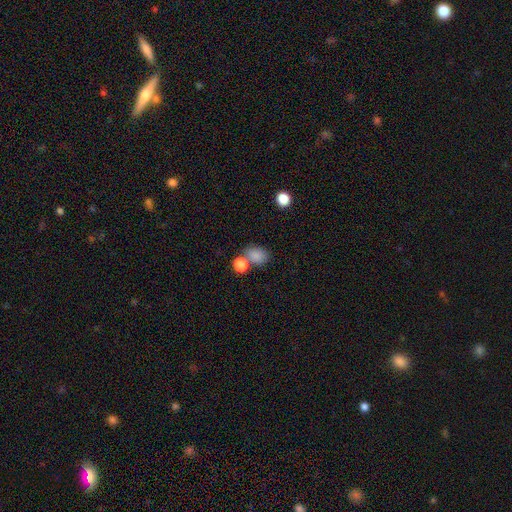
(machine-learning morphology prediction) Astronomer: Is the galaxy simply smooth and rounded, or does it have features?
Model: smooth — 83%.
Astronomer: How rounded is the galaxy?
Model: in between — 60% (runner-up: round, 38%).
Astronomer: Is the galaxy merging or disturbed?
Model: none — 56%.